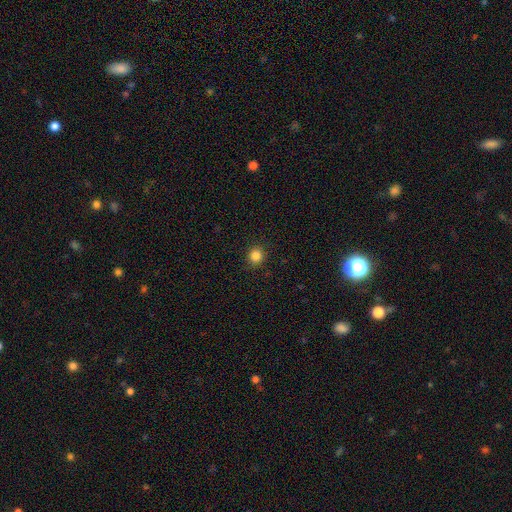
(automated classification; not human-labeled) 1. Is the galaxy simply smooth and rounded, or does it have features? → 84% smooth, 12% star or artifact, 4% featured or disk.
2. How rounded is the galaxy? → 91% round, 8% in between, 1% cigar-shaped.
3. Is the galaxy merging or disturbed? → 91% none, 6% minor disturbance, 2% major disturbance, 1% merger.